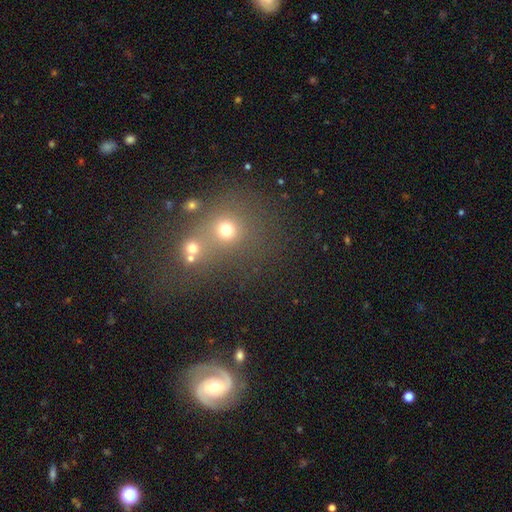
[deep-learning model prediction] smooth-or-featured: smooth: 48% | star or artifact: 34% | featured or disk: 18%
  merging: none: 45% | merger: 43% | minor disturbance: 8% | major disturbance: 5%